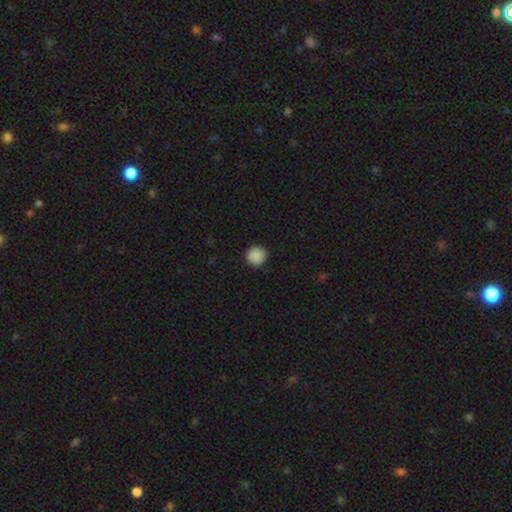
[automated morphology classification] A smooth galaxy with no disk features (89%) that is round (95%).

Vote fractions:
- Smooth or featured? smooth: 89% / star or artifact: 9% / featured or disk: 3%
- How rounded? round: 95% / in between: 4% / cigar-shaped: 1%
- Merging? none: 91% / minor disturbance: 6% / major disturbance: 2% / merger: 1%